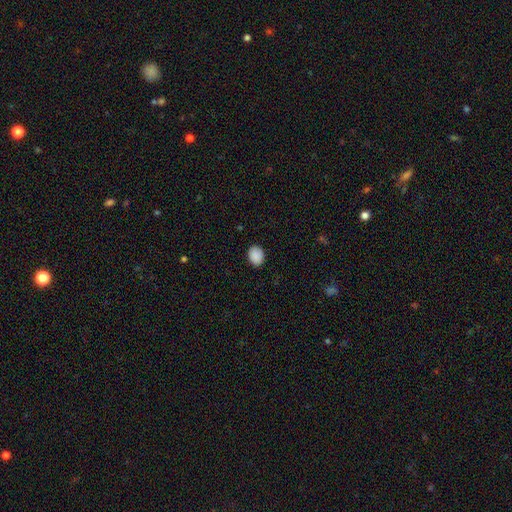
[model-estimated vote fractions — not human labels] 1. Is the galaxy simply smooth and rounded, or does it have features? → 90% smooth, 8% star or artifact, 3% featured or disk.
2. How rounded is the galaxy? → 64% in between, 35% round, 1% cigar-shaped.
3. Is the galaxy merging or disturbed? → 88% none, 9% minor disturbance, 2% major disturbance, 1% merger.